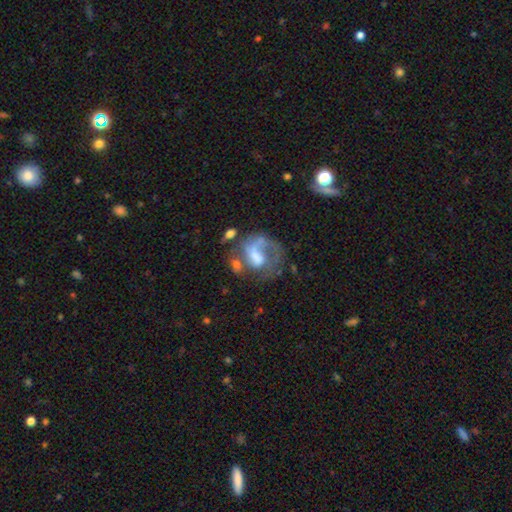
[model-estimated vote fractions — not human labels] A featured or disk galaxy (64%) with no bar (54%), spiral arms (70%) and a moderate central bulge (31%).

Vote fractions:
- Smooth or featured? featured or disk: 64% / smooth: 26% / star or artifact: 10%
- Edge-on disk? no: 97% / yes: 3%
- Bar? no: 54% / weak: 34% / strong: 12%
- Spiral arms? yes: 70% / no: 30%
- Bulge size? moderate: 31% / none: 29% / large: 21% / small: 16% / dominant: 3%
- Merging? none: 35% (tied) / major disturbance: 35% (tied) / minor disturbance: 18% / merger: 12%